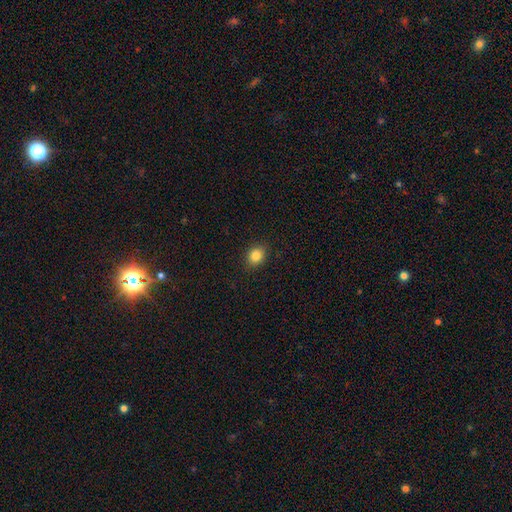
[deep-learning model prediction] The model was most divided on "how rounded": round: 61%, in between: 38%, cigar-shaped: 1%. More confident: merging — none (89%); smooth or featured — smooth (84%).